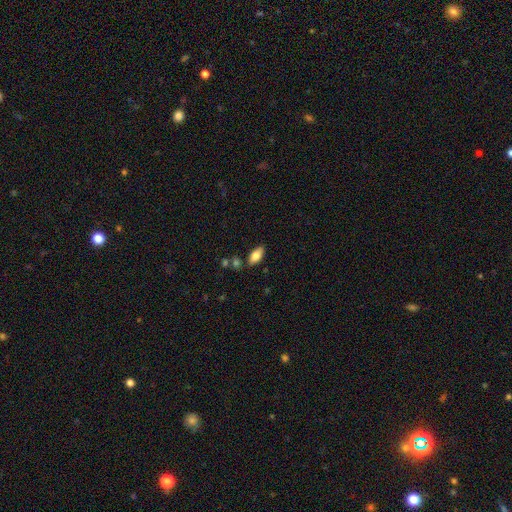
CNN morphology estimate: smooth_or_featured: smooth (p=0.77) [alt: featured or disk p=0.15]
how_rounded: in between (p=0.89) [alt: cigar-shaped p=0.08]
merging: none (p=0.82) [alt: minor disturbance p=0.12]